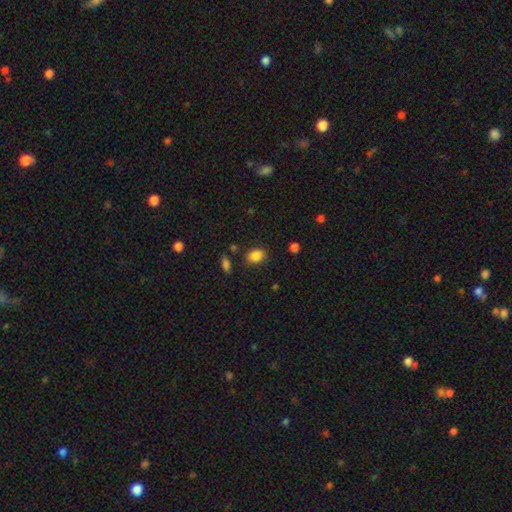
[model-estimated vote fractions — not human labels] smooth_or_featured: smooth (p=0.86) [alt: star or artifact p=0.10]
how_rounded: in between (p=0.66) [alt: round p=0.33]
merging: none (p=0.78) [alt: minor disturbance p=0.15]